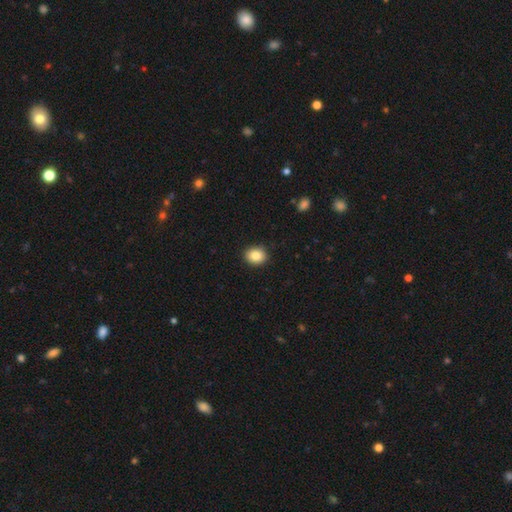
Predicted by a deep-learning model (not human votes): smooth_or_featured: smooth (p=0.85) [alt: star or artifact p=0.09]
how_rounded: round (p=0.62) [alt: in between p=0.37]
merging: none (p=0.90) [alt: minor disturbance p=0.07]